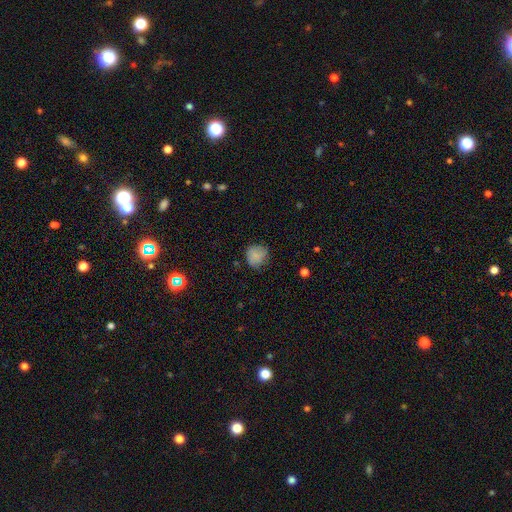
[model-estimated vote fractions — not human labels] A smooth galaxy with no disk features (78%) that is round (79%).

Vote fractions:
- Smooth or featured? smooth: 78% / featured or disk: 12% / star or artifact: 10%
- How rounded? round: 79% / in between: 20% / cigar-shaped: 1%
- Merging? none: 67% / minor disturbance: 24% / major disturbance: 7% / merger: 1%